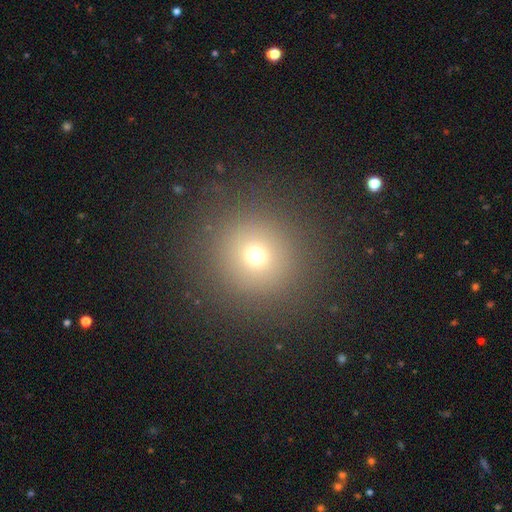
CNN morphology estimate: smooth-or-featured: smooth: 69% | star or artifact: 21% | featured or disk: 10%
  how-rounded: round: 94% | in between: 5% | cigar-shaped: 1%
  merging: none: 89% | minor disturbance: 6% | major disturbance: 4% | merger: 1%